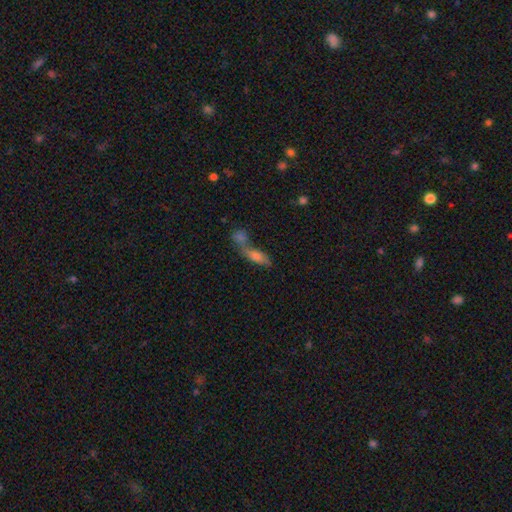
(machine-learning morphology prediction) A smooth galaxy with no disk features (59%) that is in between round and cigar-shaped (55%).

Vote fractions:
- Smooth or featured? smooth: 59% / featured or disk: 28% / star or artifact: 13%
- How rounded? in between: 55% / cigar-shaped: 39% / round: 7%
- Merging? merger: 60% / none: 25% / minor disturbance: 8% / major disturbance: 7%